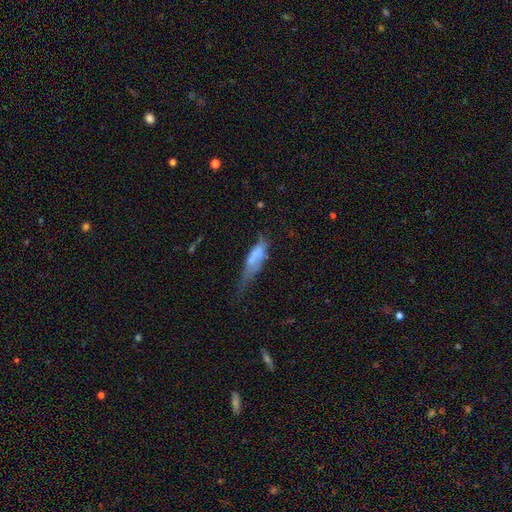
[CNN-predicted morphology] smooth-or-featured: smooth: 50% | featured or disk: 38% | star or artifact: 11%
  how-rounded: in between: 51% | cigar-shaped: 46% | round: 3%
  merging: major disturbance: 34% | minor disturbance: 28% | none: 24% | merger: 14%